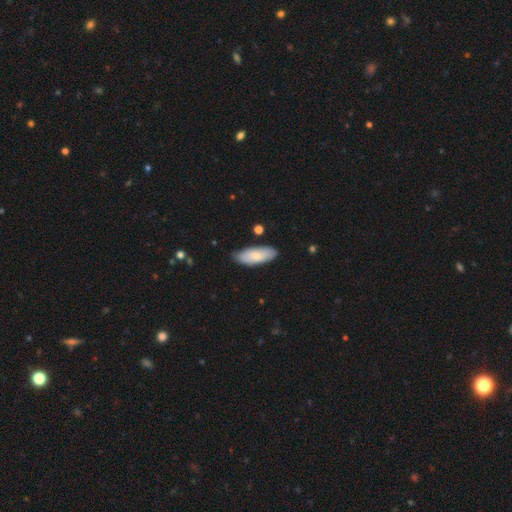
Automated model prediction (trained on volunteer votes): smooth_or_featured: smooth (p=0.77) [alt: featured or disk p=0.17]
how_rounded: in between (p=0.77) [alt: cigar-shaped p=0.21]
merging: none (p=0.78) [alt: minor disturbance p=0.17]